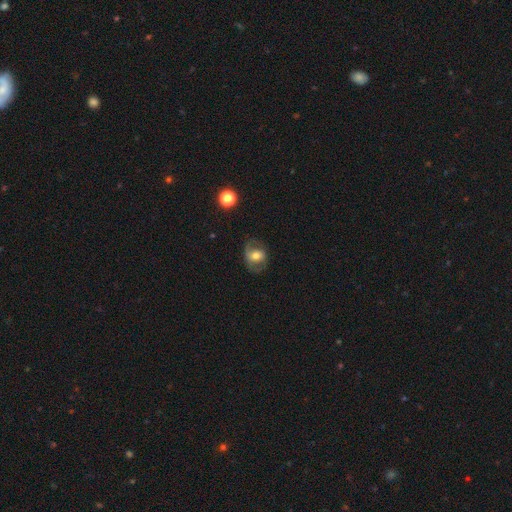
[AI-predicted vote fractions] featured or disk 48%, smooth 44%, star or artifact 8%. Down the decision tree: merging — none (64%).